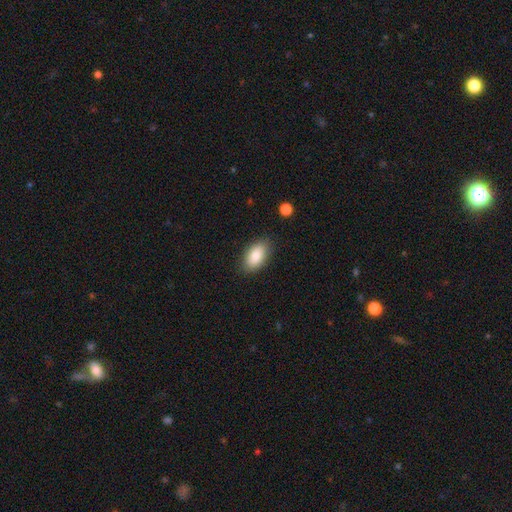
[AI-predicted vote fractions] Morphology: type=smooth (84%); roundness=in between (93%); merging=none (86%).